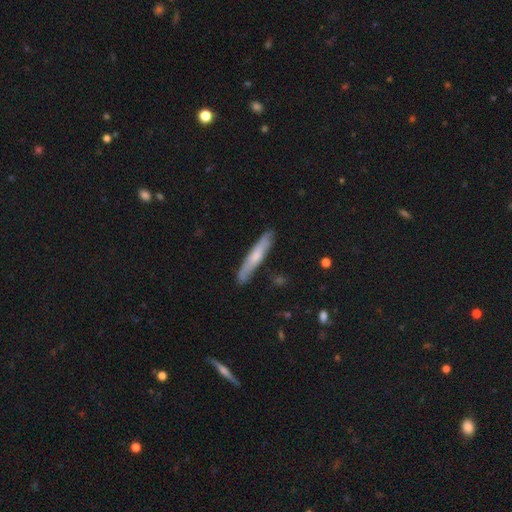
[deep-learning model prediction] Smooth or featured: smooth — 53% (featured or disk — 41%)
How rounded: cigar-shaped — 93% (in between — 5%)
Merging: none — 84% (minor disturbance — 12%)